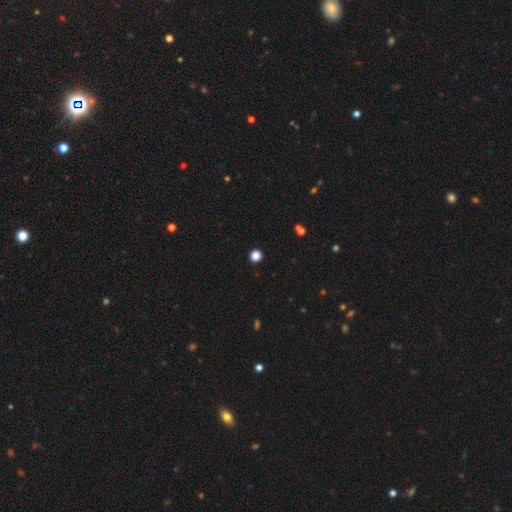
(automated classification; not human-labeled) Morphology: type=smooth (82%); roundness=round (93%); merging=none (93%).